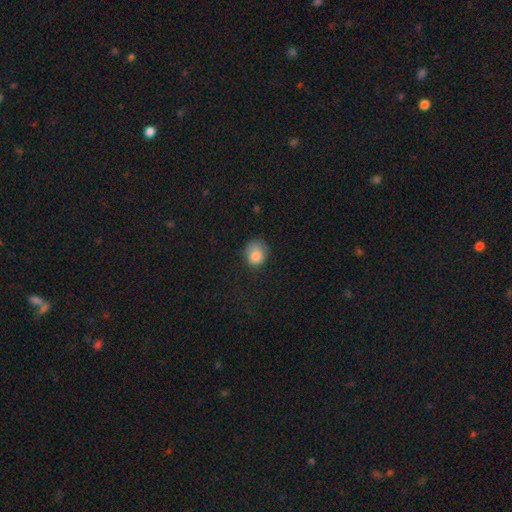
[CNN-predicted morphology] This appears to be a smooth galaxy with no disk features (83%) that is round (63%). Merging: none (58%).